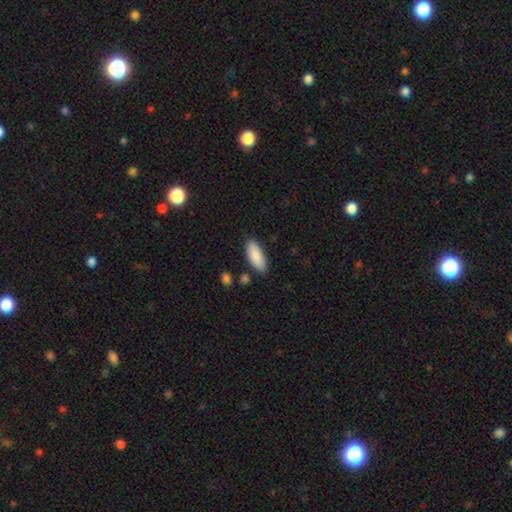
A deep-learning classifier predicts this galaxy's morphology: A smooth galaxy with no disk features (89%) that is in between round and cigar-shaped (78%).

Vote fractions:
- Smooth or featured? smooth: 89% / star or artifact: 6% / featured or disk: 5%
- How rounded? in between: 78% / cigar-shaped: 20% / round: 2%
- Merging? none: 85% / minor disturbance: 10% / merger: 3% / major disturbance: 2%